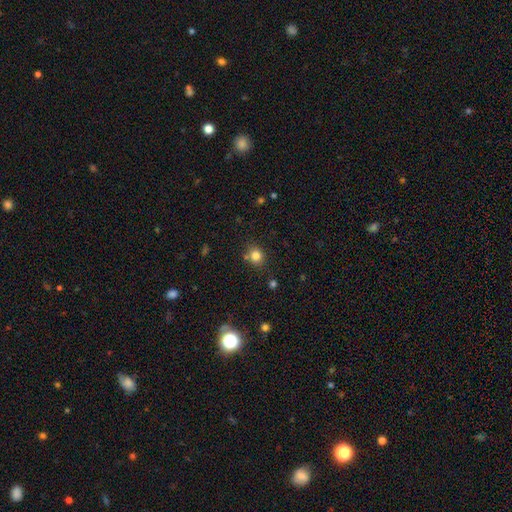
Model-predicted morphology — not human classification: Q: Smooth or featured?
A: smooth (81%); runner-up: star or artifact (13%)
Q: How rounded?
A: round (78%); runner-up: in between (21%)
Q: Merging?
A: none (79%); runner-up: minor disturbance (11%)